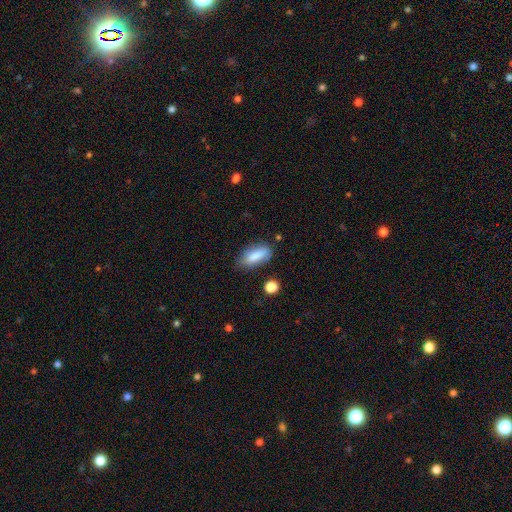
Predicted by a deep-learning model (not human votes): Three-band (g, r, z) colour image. It shows a smooth galaxy with no disk features (82%) that is in between round and cigar-shaped (74%). Merging: none (73%).